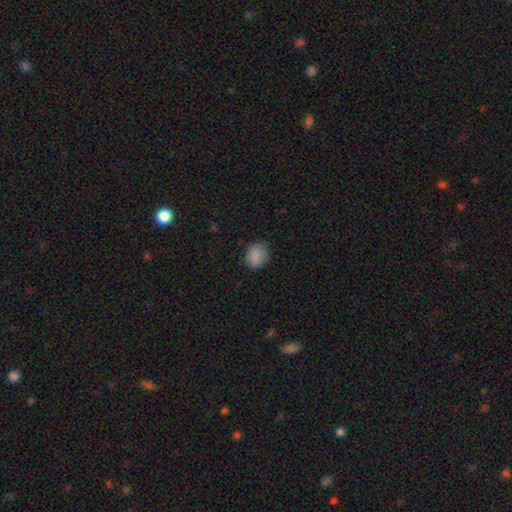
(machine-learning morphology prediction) smooth-or-featured: smooth: 87% | star or artifact: 9% | featured or disk: 4%
  how-rounded: round: 55% | in between: 44% | cigar-shaped: 1%
  merging: none: 80% | minor disturbance: 16% | major disturbance: 4% | merger: 1%